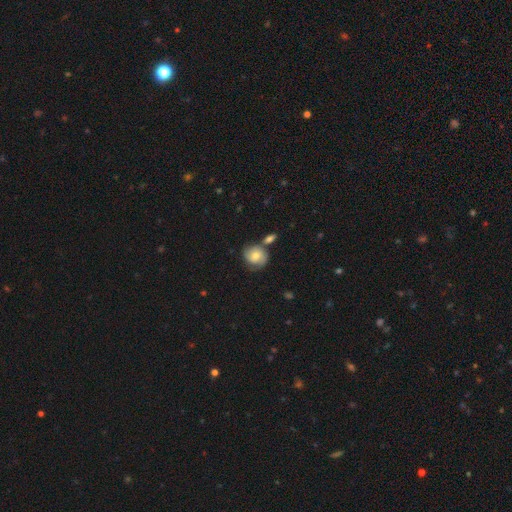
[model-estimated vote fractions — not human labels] A smooth galaxy with no disk features (56%) that is round (77%).

Vote fractions:
- Smooth or featured? smooth: 56% / featured or disk: 36% / star or artifact: 8%
- How rounded? round: 77% / in between: 22% / cigar-shaped: 1%
- Merging? none: 56% / minor disturbance: 20% / merger: 18% / major disturbance: 7%